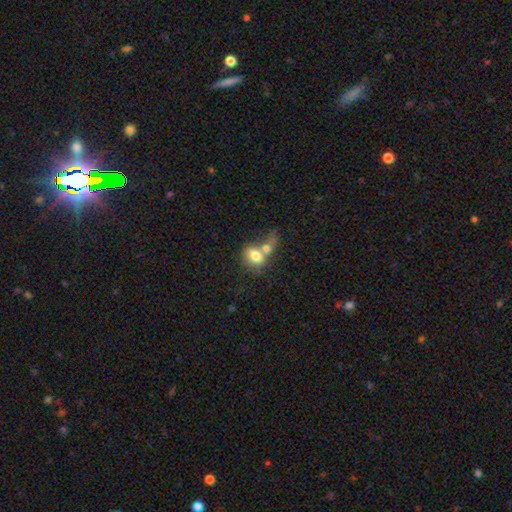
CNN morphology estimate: type=smooth (73%); roundness=in between (65%); merging=merger (68%).